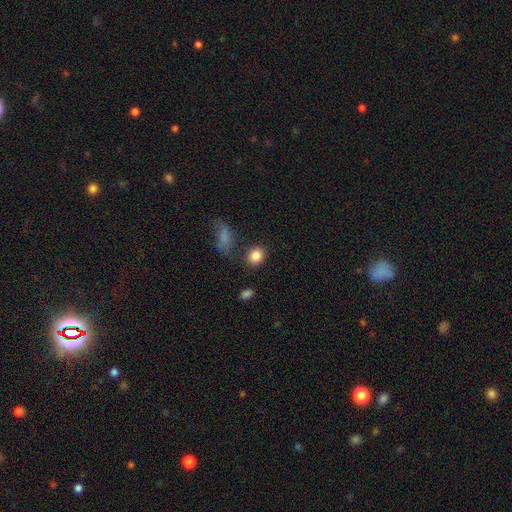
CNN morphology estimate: Smooth or featured? smooth (85%)
How rounded? round (71%)
Merging? none (79%)